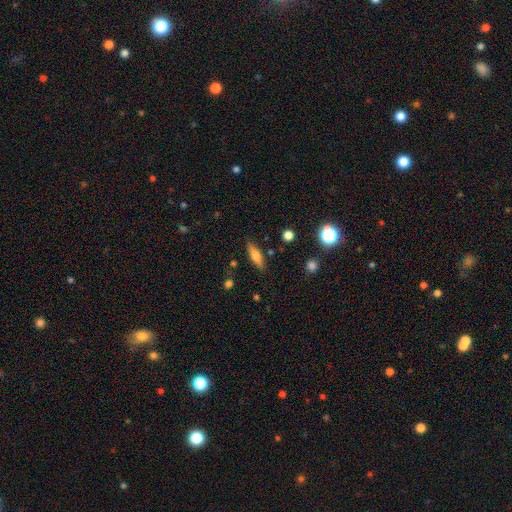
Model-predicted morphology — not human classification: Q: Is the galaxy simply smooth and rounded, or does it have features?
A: smooth — 65%.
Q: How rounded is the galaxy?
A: cigar-shaped — 53%.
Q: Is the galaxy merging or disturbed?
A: none — 85%.